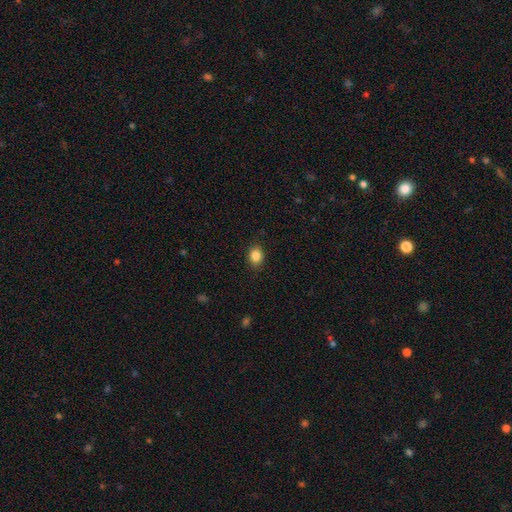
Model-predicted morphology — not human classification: Overall: smooth (85%). How rounded: in between (50%; round 49%). Merging: none (87%).